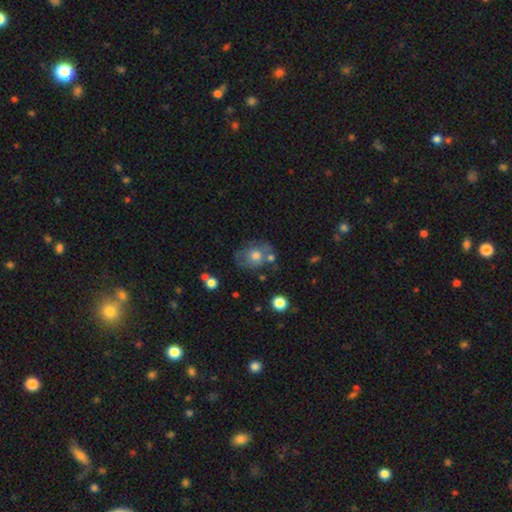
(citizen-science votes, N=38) A smooth galaxy with no disk features (47%, tied with featured or disk) that is in between round and cigar-shaped (61%). Merging: none (33%).